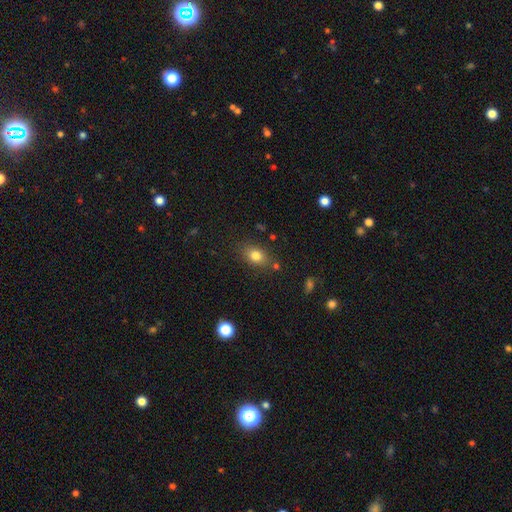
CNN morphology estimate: Overall: smooth (80%). How rounded: in between (73%). Merging: none (78%).